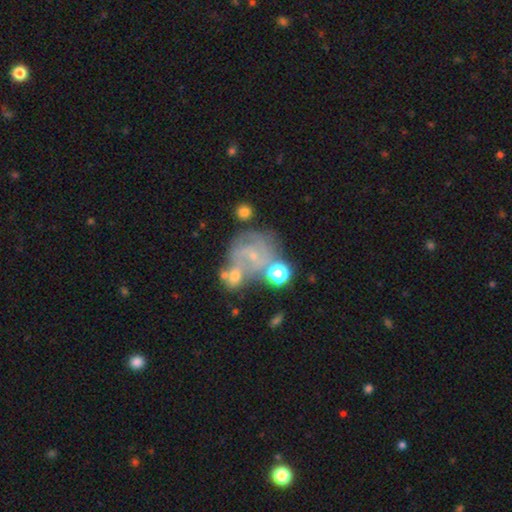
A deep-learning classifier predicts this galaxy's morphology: smooth_or_featured: featured or disk (p=0.67) [alt: smooth p=0.18]
disk_edge_on: no (p=0.98) [alt: yes p=0.02]
bar: no (p=0.58) [alt: weak p=0.34]
has_spiral_arms: yes (p=0.80) [alt: no p=0.20]
spiral_winding: medium (p=0.42) [tied with: tight p=0.42]
spiral_arm_count: can't tell (p=0.36) [alt: 2 p=0.23]
bulge_size: small (p=0.71) [alt: moderate p=0.14]
merging: none (p=0.39) [alt: merger p=0.25]